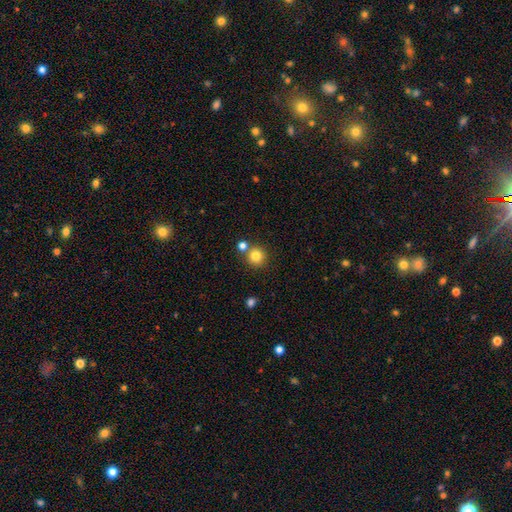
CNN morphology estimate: Smooth or featured? smooth (81%)
How rounded? round (93%)
Merging? none (73%)